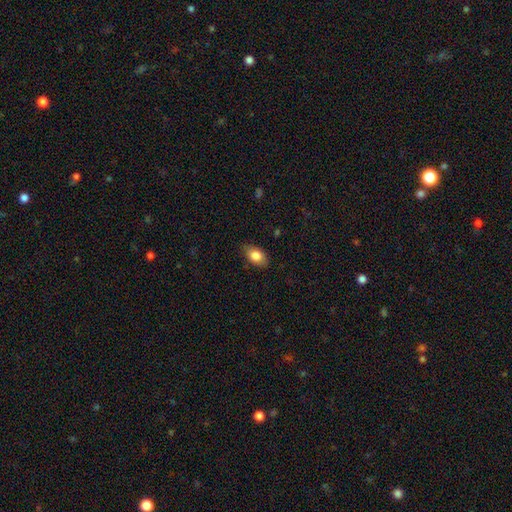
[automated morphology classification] smooth 82%, featured or disk 10%, star or artifact 7%. Down the decision tree: how rounded — in between (88%); merging — none (80%).